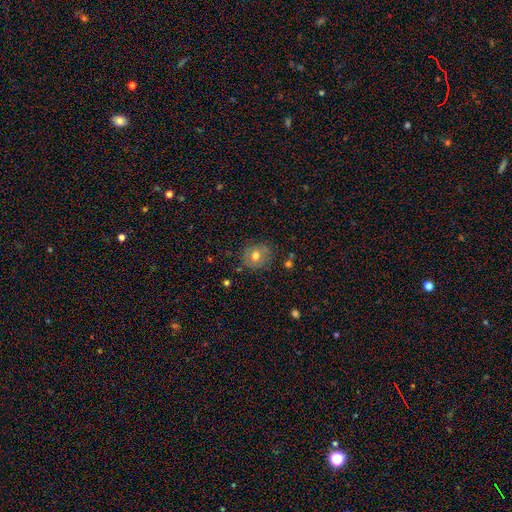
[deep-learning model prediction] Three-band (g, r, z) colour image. It shows a smooth galaxy with no disk features (67%) that is round (76%). Merging: none (79%).